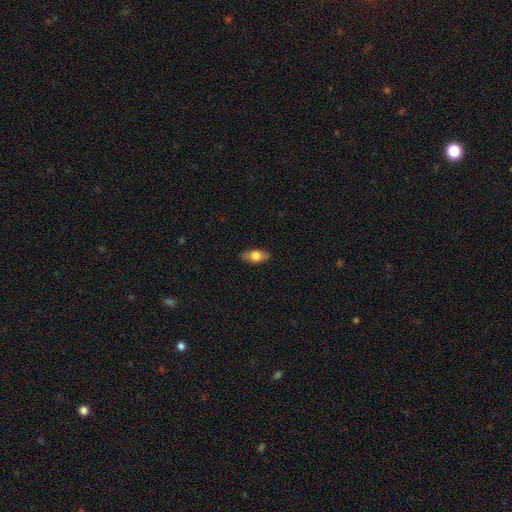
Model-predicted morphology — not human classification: This is likely a smooth galaxy (69%). How rounded: clearly in between (84%). Merging: clearly none (86%).